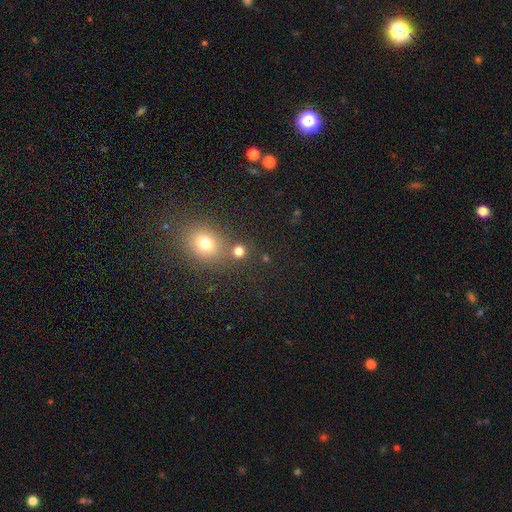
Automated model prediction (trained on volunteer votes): Morphology: type=smooth (55%); roundness=round (74%); merging=none (74%).